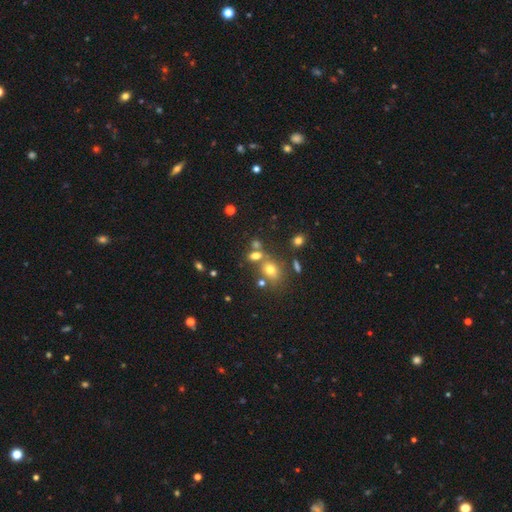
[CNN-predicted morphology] Smooth or featured? smooth (66%)
How rounded? in between (60%)
Merging? none (52%)